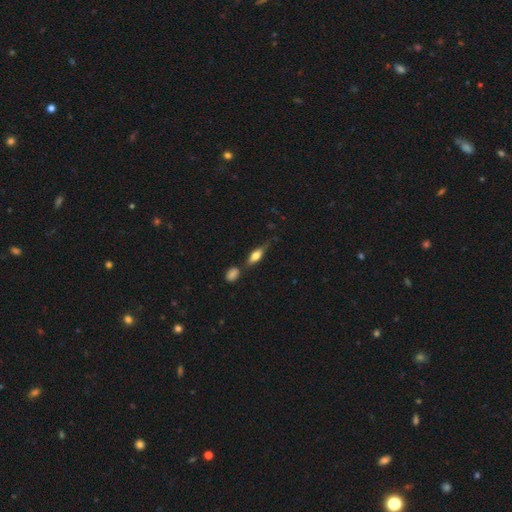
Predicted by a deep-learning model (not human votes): Morphology: type=smooth (56%); roundness=in between (56%); merging=none (64%).